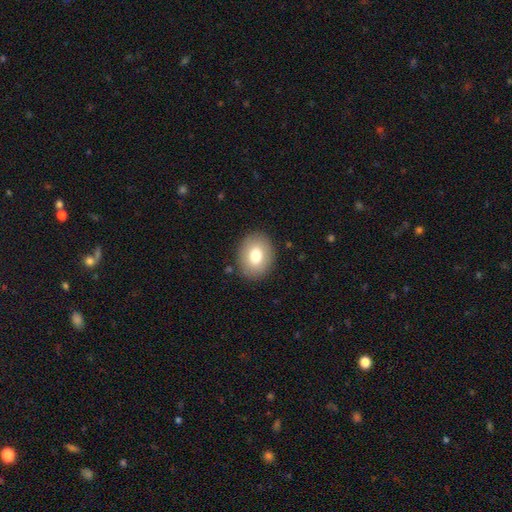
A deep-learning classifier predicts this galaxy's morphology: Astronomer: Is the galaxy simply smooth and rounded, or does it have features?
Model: smooth — 77%.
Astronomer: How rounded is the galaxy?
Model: in between — 54% (runner-up: round, 45%).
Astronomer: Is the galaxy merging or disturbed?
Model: none — 88%.